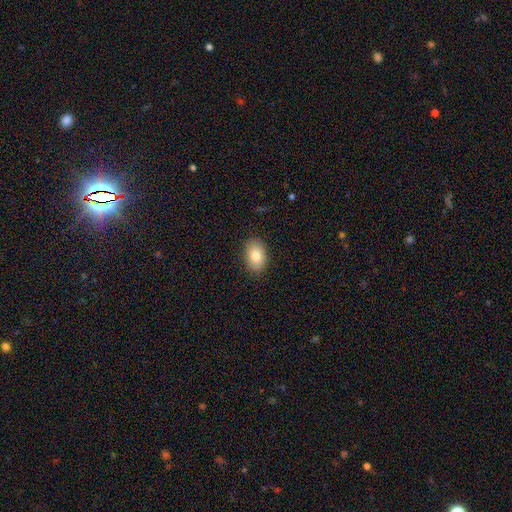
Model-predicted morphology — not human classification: type=smooth (81%); roundness=in between (86%); merging=none (88%).